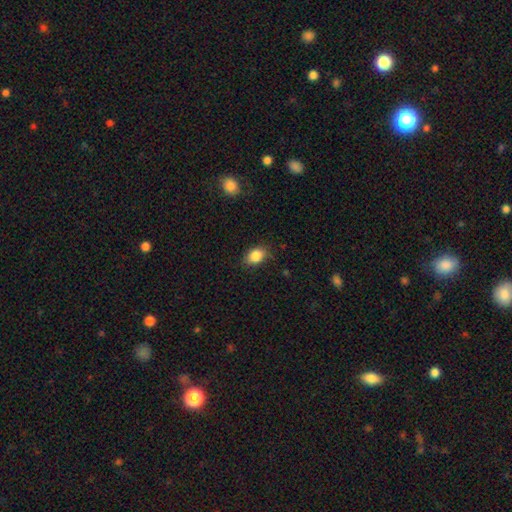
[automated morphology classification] smooth 86%, star or artifact 8%, featured or disk 6%. Down the decision tree: how rounded — in between (77%); merging — none (80%).